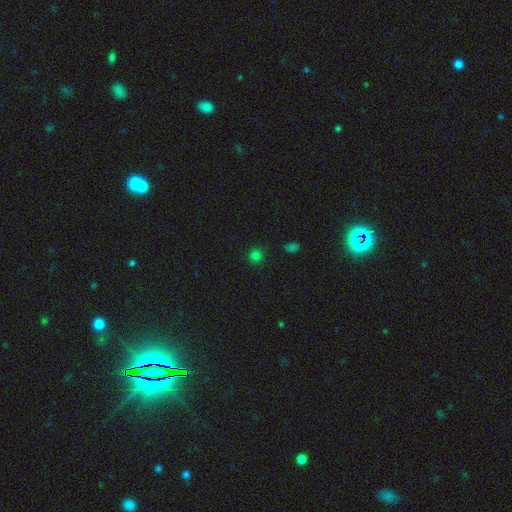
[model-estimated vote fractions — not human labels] smooth_or_featured: smooth (p=0.78) [alt: star or artifact p=0.18]
how_rounded: round (p=0.93) [alt: in between p=0.06]
merging: none (p=0.90) [alt: minor disturbance p=0.07]